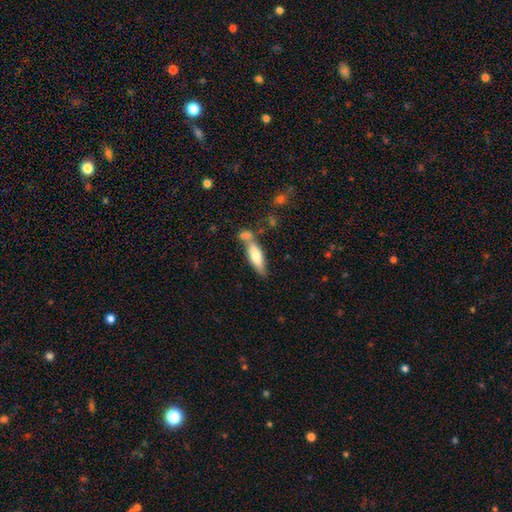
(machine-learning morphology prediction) Smooth or featured? smooth (68%)
How rounded? cigar-shaped (51%)
Merging? none (52%)